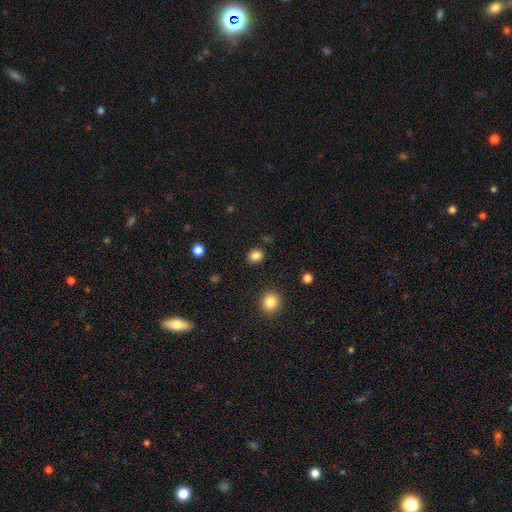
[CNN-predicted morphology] Smooth or featured? Predicted: smooth (p=0.84). How rounded? Predicted: round (p=0.63). Merging? Predicted: none (p=0.87).